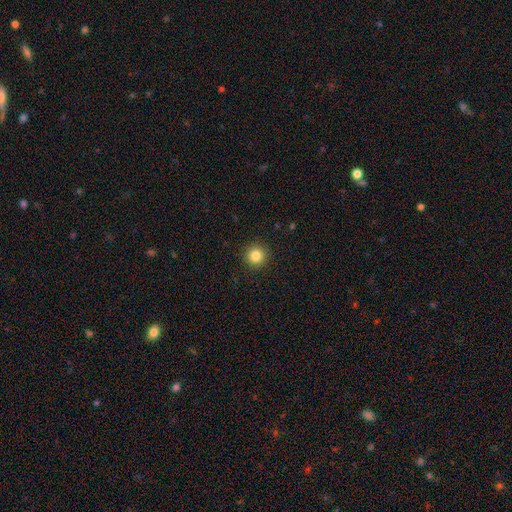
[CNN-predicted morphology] Smooth or featured: smooth — 84% (star or artifact — 11%)
How rounded: round — 95% (in between — 4%)
Merging: none — 92% (minor disturbance — 5%)